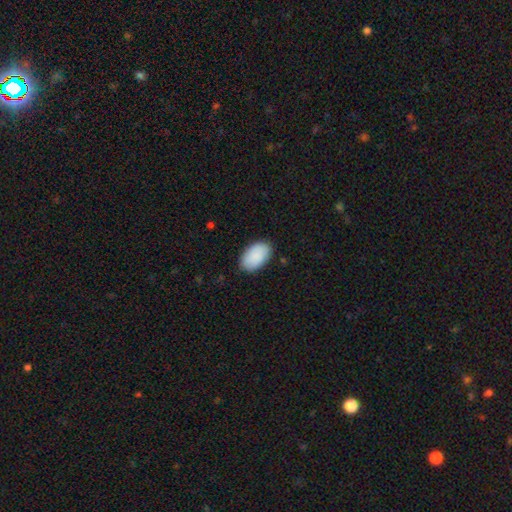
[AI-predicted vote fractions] The model was most divided on "merging": none: 86%, minor disturbance: 11%, major disturbance: 2%, merger: 1%. More confident: how rounded — in between (95%); smooth or featured — smooth (91%).